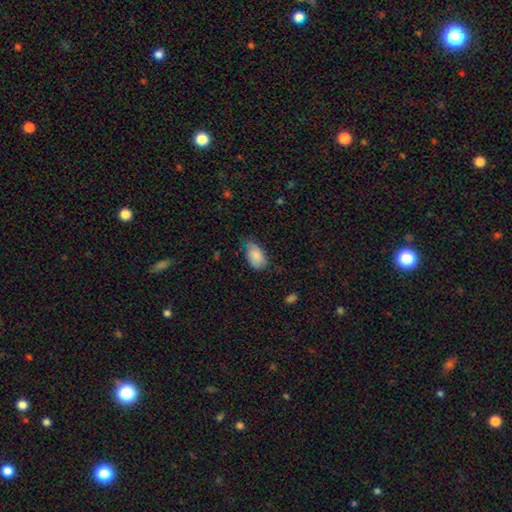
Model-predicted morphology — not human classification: Smooth or featured? Predicted: smooth (p=0.86). How rounded? Predicted: in between (p=0.94). Merging? Predicted: none (p=0.54).